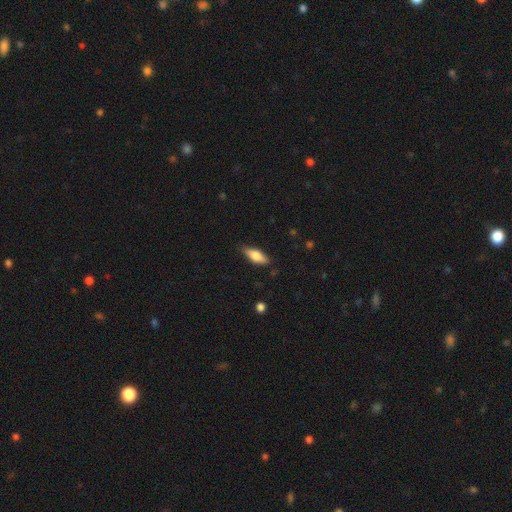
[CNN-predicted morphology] smooth_or_featured: smooth (p=0.70) [alt: featured or disk p=0.23]
how_rounded: in between (p=0.67) [alt: cigar-shaped p=0.31]
merging: none (p=0.79) [alt: minor disturbance p=0.17]